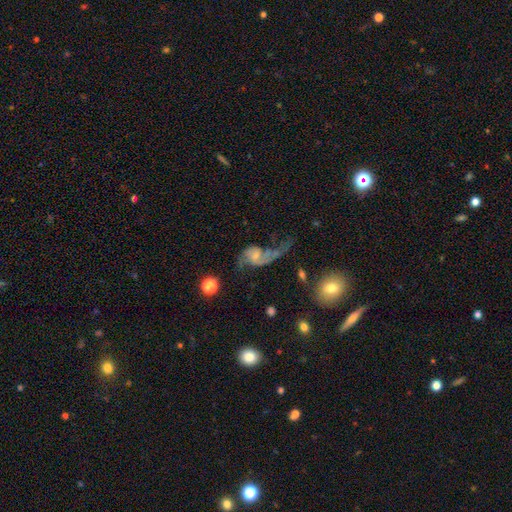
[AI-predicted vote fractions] A featured or disk galaxy (80%) with no bar (60%), 2 (81%) loose (71%) spiral arms (92%) and a small central bulge (56%).

Vote fractions:
- Smooth or featured? featured or disk: 80% / smooth: 12% / star or artifact: 8%
- Edge-on disk? no: 97% / yes: 3%
- Bar? no: 60% / weak: 33% / strong: 7%
- Spiral arms? yes: 92% / no: 8%
- Spiral winding? loose: 71% / medium: 23% / tight: 6%
- Spiral arm count? 2: 81% / 1: 13% / can't tell: 3% / 3: 1% / 4: 1% / more than 4: 1%
- Bulge size? small: 56% / moderate: 29% / none: 11% / large: 3% / dominant: 2%
- Merging? major disturbance: 42% / none: 31% / minor disturbance: 17% / merger: 10%